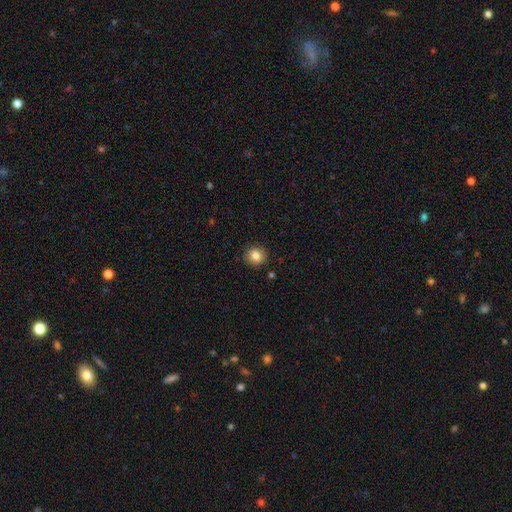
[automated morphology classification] smooth-or-featured: smooth: 83% | star or artifact: 10% | featured or disk: 6%
  how-rounded: round: 87% | in between: 12% | cigar-shaped: 1%
  merging: none: 90% | minor disturbance: 7% | major disturbance: 2% | merger: 1%